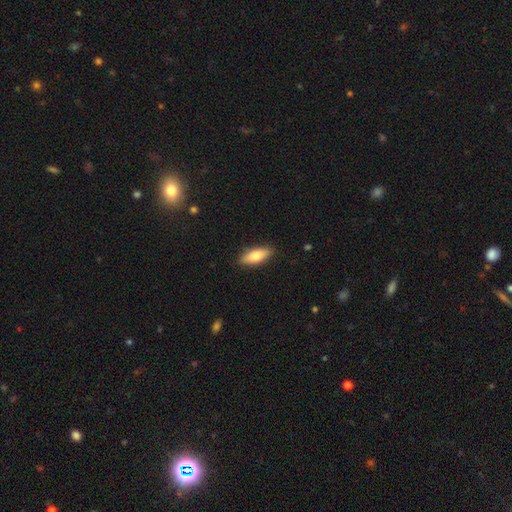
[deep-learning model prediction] A smooth galaxy with no disk features (79%) that is in between round and cigar-shaped (68%). Merging: none (88%).